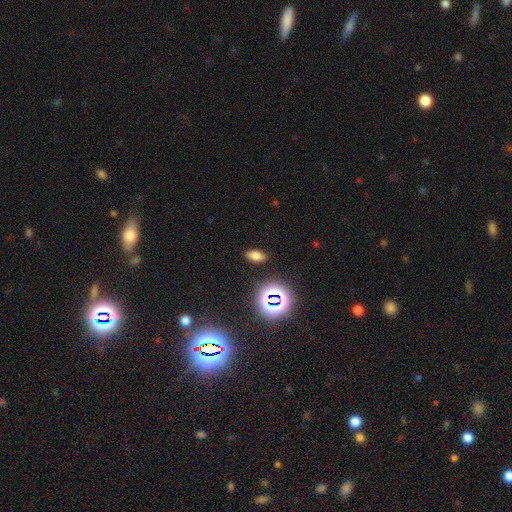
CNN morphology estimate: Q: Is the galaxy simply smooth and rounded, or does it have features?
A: smooth — 66%.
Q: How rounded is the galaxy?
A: in between — 84%.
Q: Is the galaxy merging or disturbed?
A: none — 88%.